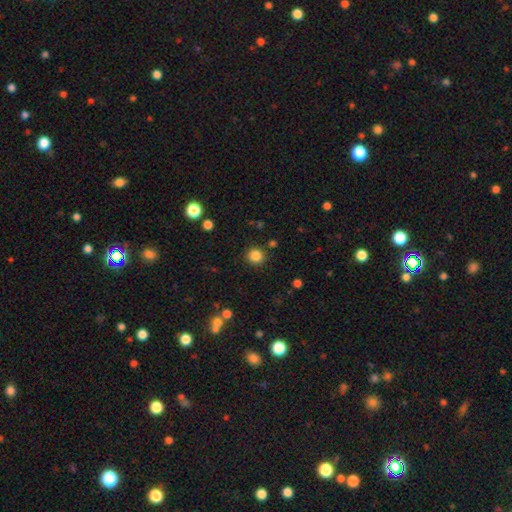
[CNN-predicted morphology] Smooth or featured? Predicted: smooth (p=0.85). How rounded? Predicted: round (p=0.92). Merging? Predicted: none (p=0.89).